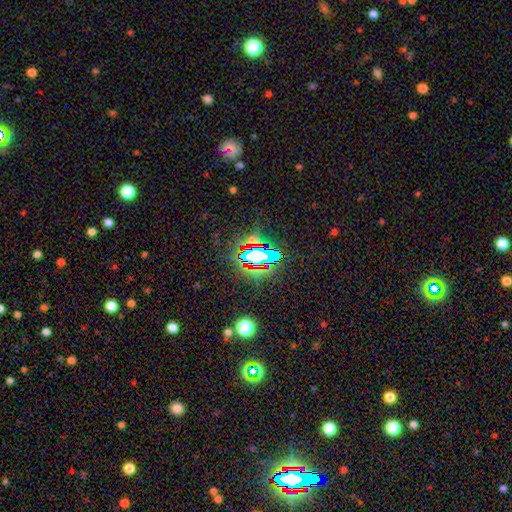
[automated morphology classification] Q: Smooth or featured?
A: star or artifact (67%); runner-up: smooth (20%)